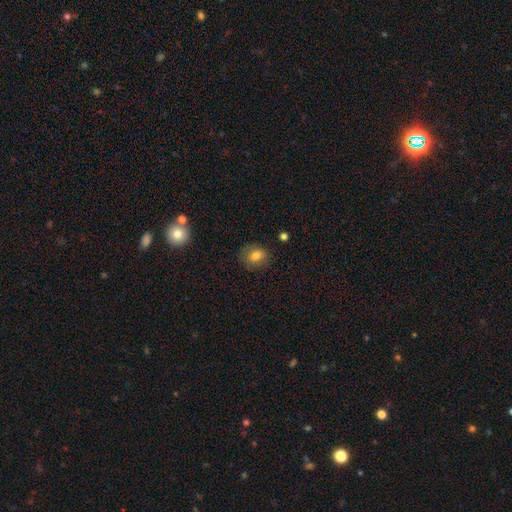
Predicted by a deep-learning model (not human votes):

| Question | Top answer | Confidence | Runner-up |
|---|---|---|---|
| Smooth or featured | smooth | 78% | featured or disk (11%) |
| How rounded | round | 59% | in between (40%) |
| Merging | none | 79% | minor disturbance (15%) |